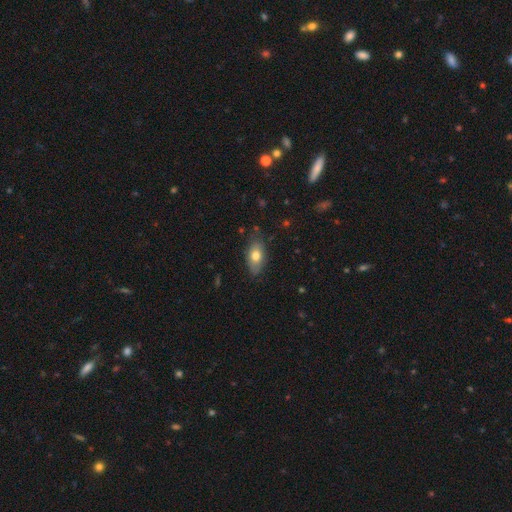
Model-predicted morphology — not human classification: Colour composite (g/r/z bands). It shows a smooth galaxy with no disk features (74%) that is in between round and cigar-shaped (89%). Merging: none (78%).